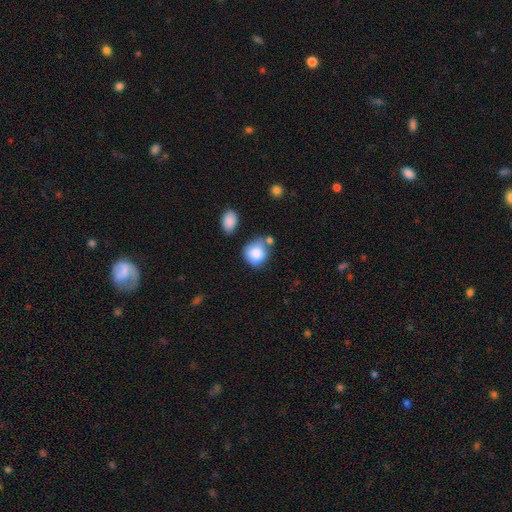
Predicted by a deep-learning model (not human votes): smooth_or_featured: smooth (p=0.83) [alt: featured or disk p=0.09]
how_rounded: round (p=0.74) [alt: in between p=0.25]
merging: none (p=0.47) [alt: minor disturbance p=0.26]